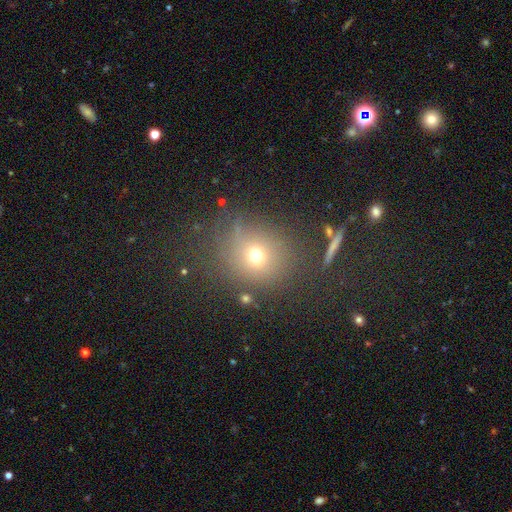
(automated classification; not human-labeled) smooth 66%, star or artifact 21%, featured or disk 13%. Down the decision tree: how rounded — round (82%); merging — none (78%).